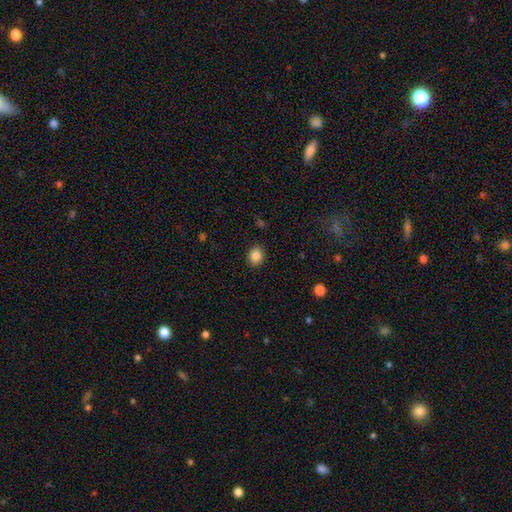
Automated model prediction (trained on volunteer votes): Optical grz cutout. It shows a smooth galaxy with no disk features (87%) that is round (52%). Merging: none (89%).